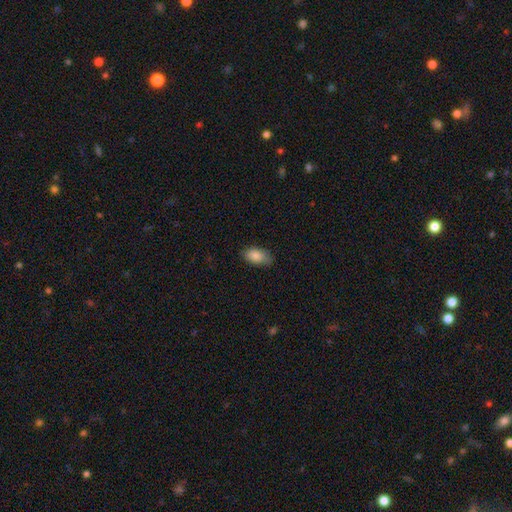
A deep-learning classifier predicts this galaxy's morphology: smooth-or-featured: smooth: 85% | featured or disk: 8% | star or artifact: 7%
  how-rounded: in between: 93% | round: 5% | cigar-shaped: 3%
  merging: none: 75% | minor disturbance: 20% | major disturbance: 3% | merger: 1%